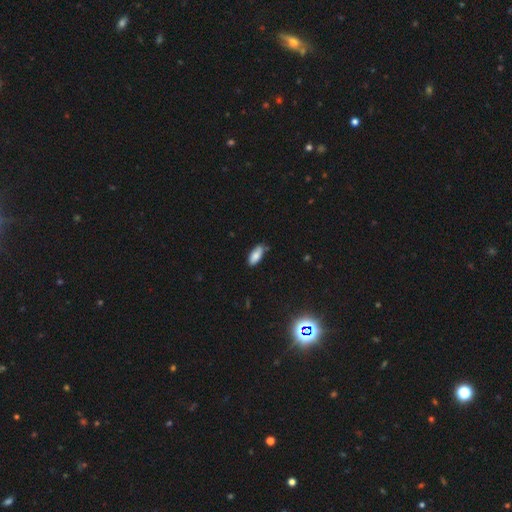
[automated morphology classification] smooth 82%, featured or disk 10%, star or artifact 8%. Down the decision tree: how rounded — in between (81%); merging — none (69%).